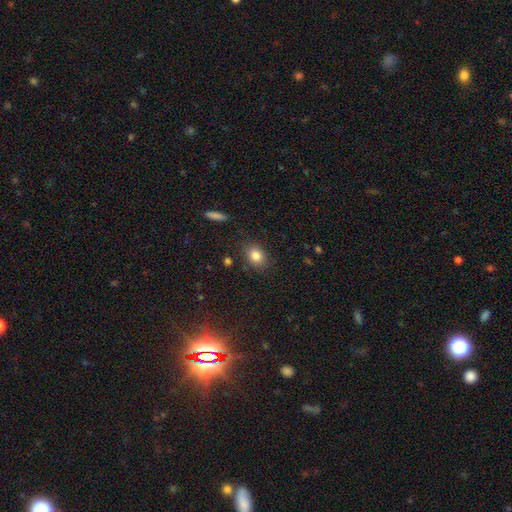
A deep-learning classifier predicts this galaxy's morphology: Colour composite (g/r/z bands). It shows a smooth galaxy with no disk features (83%) that is in between round and cigar-shaped (57%). Merging: none (84%).